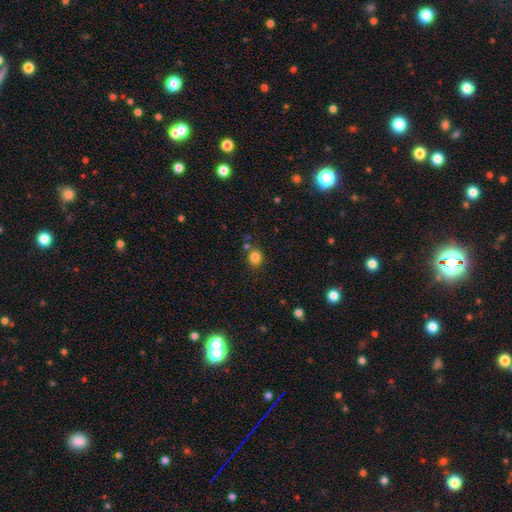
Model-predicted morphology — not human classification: This appears to be a smooth galaxy with no disk features (83%) that is round (71%). Merging: none (78%).